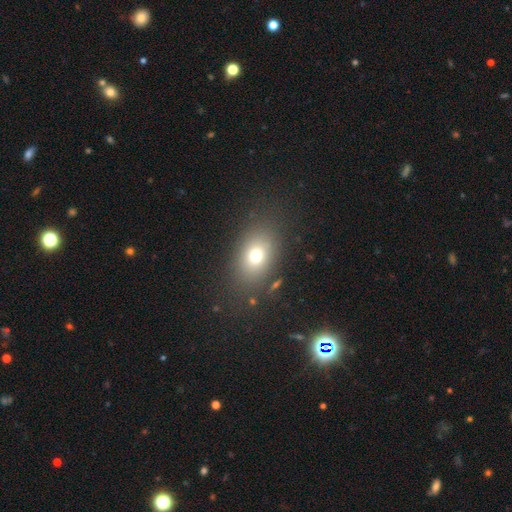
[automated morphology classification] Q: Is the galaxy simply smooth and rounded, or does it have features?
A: smooth — 72%.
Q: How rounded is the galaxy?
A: in between — 71%.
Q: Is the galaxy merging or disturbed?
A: none — 81%.